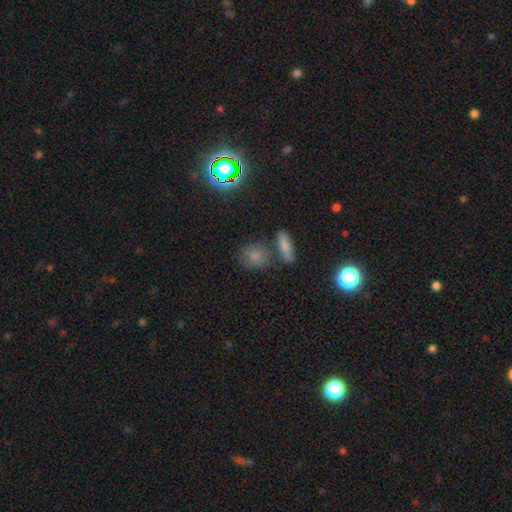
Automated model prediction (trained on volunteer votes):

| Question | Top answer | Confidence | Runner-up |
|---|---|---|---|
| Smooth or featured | smooth | 75% | star or artifact (16%) |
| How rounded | round | 58% | in between (37%) |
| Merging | none | 64% | merger (18%) |